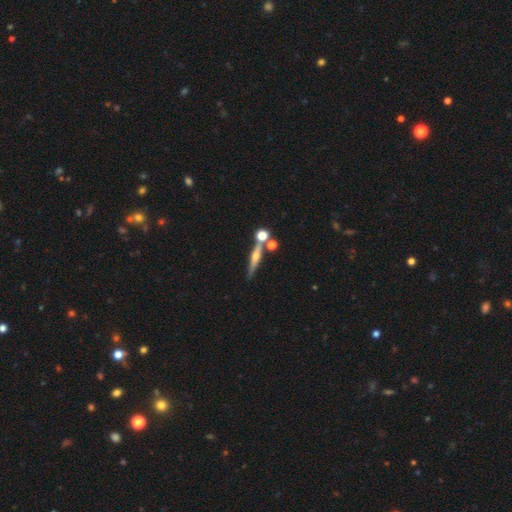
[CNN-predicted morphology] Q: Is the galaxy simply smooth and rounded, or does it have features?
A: featured or disk — 55%.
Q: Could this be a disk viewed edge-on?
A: yes — 91%.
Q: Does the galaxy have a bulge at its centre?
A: rounded — 86%.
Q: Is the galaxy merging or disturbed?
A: none — 67%.